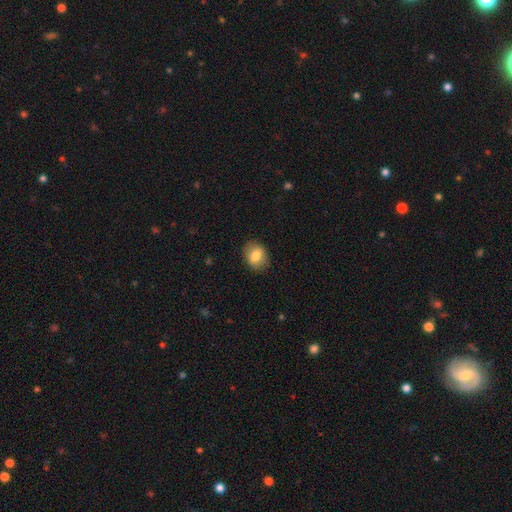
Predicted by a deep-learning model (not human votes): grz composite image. It shows a smooth galaxy with no disk features (79%) that is in between round and cigar-shaped (57%). Merging: none (86%).